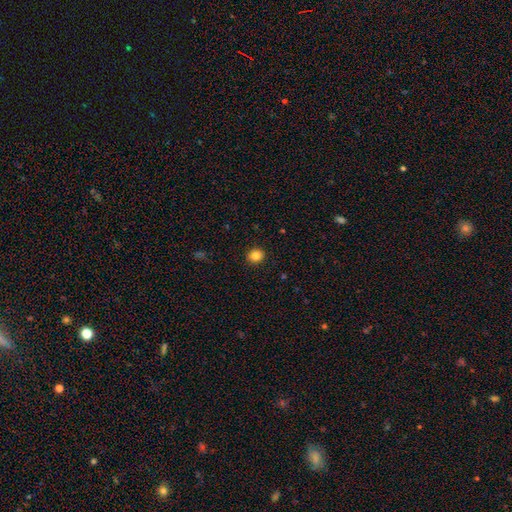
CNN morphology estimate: smooth 84%, star or artifact 11%, featured or disk 5%. Down the decision tree: how rounded — round (78%); merging — none (92%).